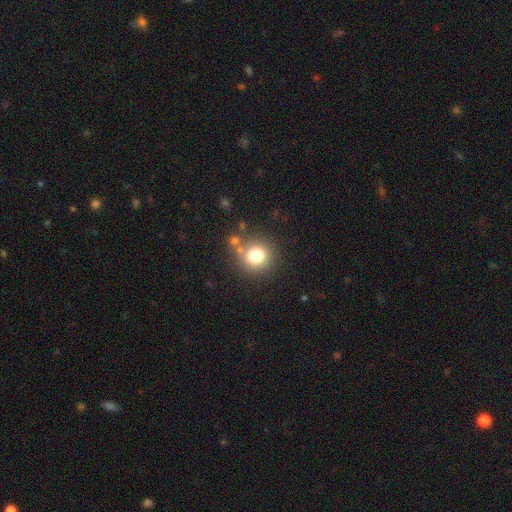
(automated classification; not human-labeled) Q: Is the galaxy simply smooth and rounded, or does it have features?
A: smooth — 77%.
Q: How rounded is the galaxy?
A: round — 88%.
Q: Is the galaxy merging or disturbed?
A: none — 75%.